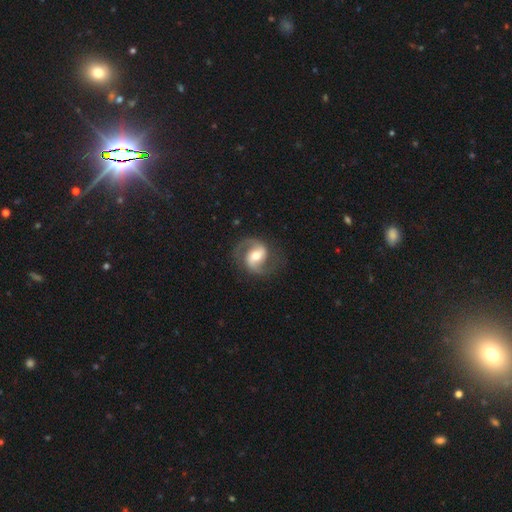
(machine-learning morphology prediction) Smooth or featured?
  - featured or disk: 86% *
  - smooth: 9%
  - star or artifact: 5%
Edge-on disk?
  - no: 98% *
  - yes: 2%
Bar?
  - weak: 43% *
  - strong: 29%
  - no: 28%
Spiral arms?
  - yes: 96% *
  - no: 4%
Spiral winding?
  - medium: 55% *
  - loose: 30%
  - tight: 15%
Spiral arm count?
  - 2: 92% *
  - 1: 3%
  - can't tell: 2%
  - 3: 1%
  - 4: 1%
  - more than 4: 1%
Bulge size?
  - moderate: 68% *
  - small: 19%
  - large: 10%
  - dominant: 1%
  - none: 1%
Merging?
  - none: 79% *
  - minor disturbance: 13%
  - major disturbance: 7%
  - merger: 1%